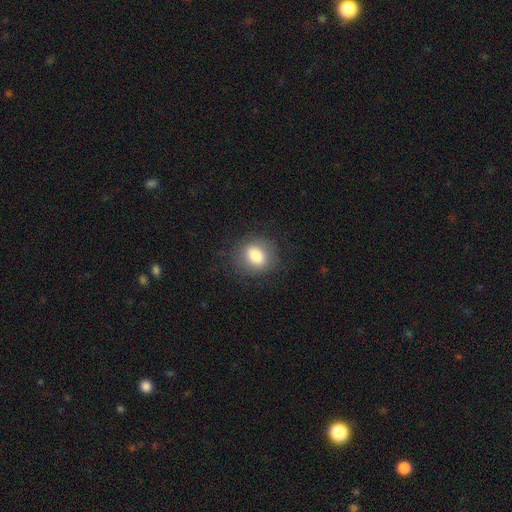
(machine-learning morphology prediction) A smooth galaxy with no disk features (82%) that is round (62%). Merging: none (82%).